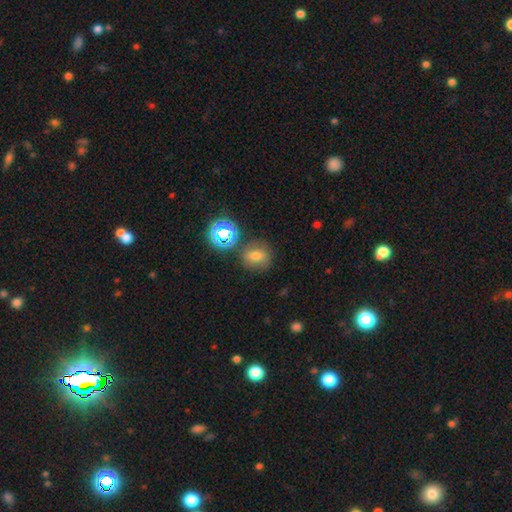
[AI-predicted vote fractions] Smooth or featured? Predicted: smooth (p=0.60). How rounded? Predicted: round (p=0.72). Merging? Predicted: none (p=0.75).